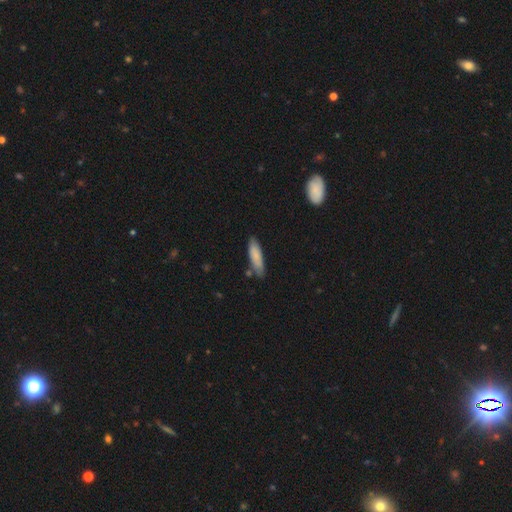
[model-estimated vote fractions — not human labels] Smooth or featured?
  - smooth: 79% *
  - featured or disk: 15%
  - star or artifact: 6%
How rounded?
  - cigar-shaped: 66% *
  - in between: 32%
  - round: 1%
Merging?
  - none: 78% *
  - minor disturbance: 15%
  - merger: 4%
  - major disturbance: 2%